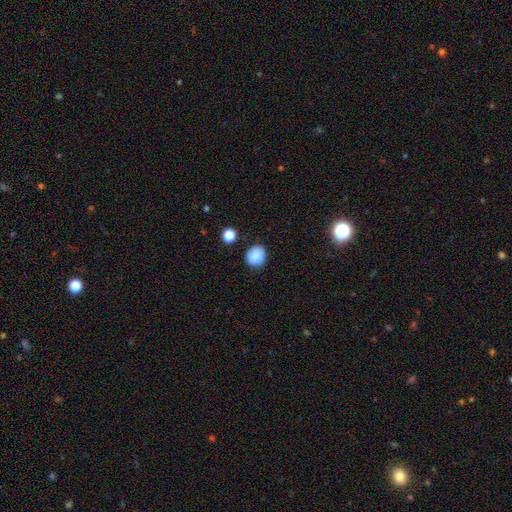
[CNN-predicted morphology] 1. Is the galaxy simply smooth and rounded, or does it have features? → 82% smooth, 9% star or artifact, 9% featured or disk.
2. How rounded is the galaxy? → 79% round, 20% in between, 1% cigar-shaped.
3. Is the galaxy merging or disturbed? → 80% none, 14% minor disturbance, 3% major disturbance, 3% merger.